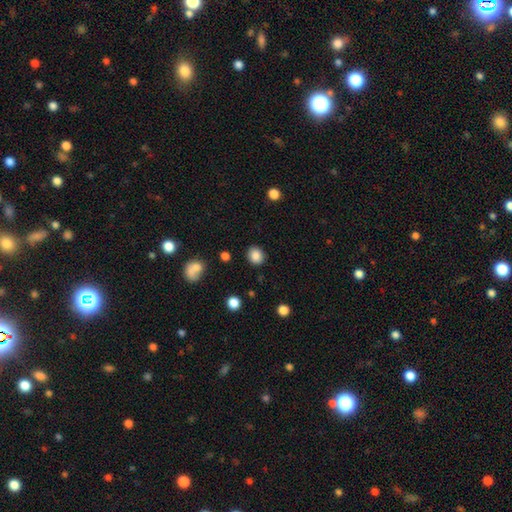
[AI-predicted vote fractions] smooth_or_featured: smooth (p=0.86) [alt: star or artifact p=0.10]
how_rounded: round (p=0.75) [alt: in between p=0.24]
merging: none (p=0.88) [alt: minor disturbance p=0.08]